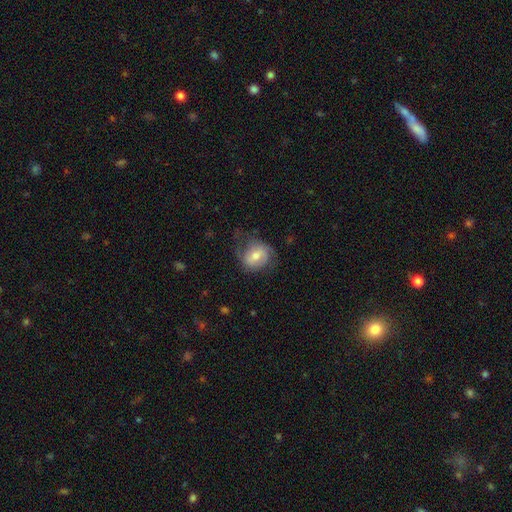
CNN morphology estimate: A smooth galaxy with no disk features (54%) that is round (56%). Merging: none (50%).